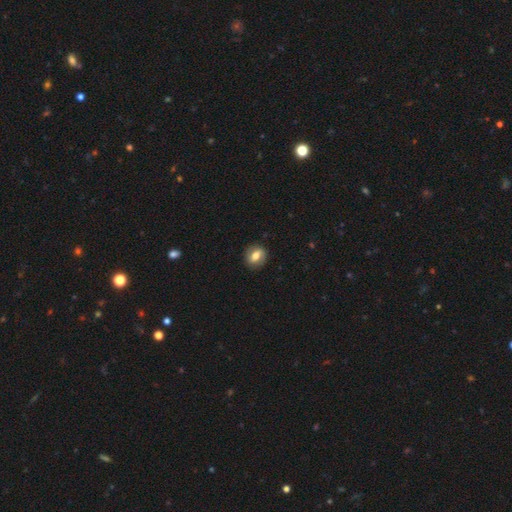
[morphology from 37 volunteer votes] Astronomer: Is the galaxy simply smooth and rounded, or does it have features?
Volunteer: smooth — 57% (runner-up: featured or disk, 41%).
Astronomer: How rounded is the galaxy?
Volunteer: in between — 62% (runner-up: round, 38%).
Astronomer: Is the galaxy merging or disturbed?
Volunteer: none — 92%.